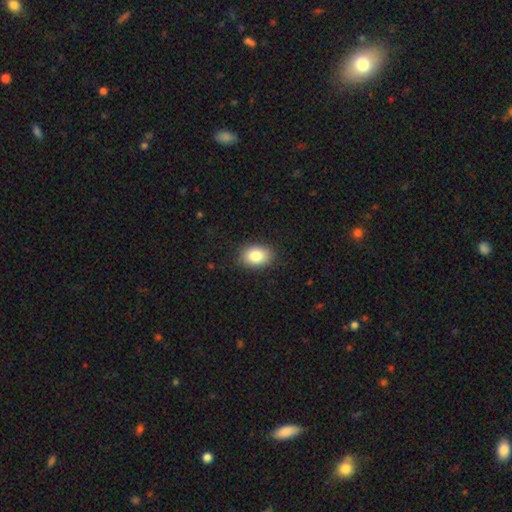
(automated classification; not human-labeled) This appears to be a smooth galaxy with no disk features (84%) that is in between round and cigar-shaped (77%). Merging: none (87%).